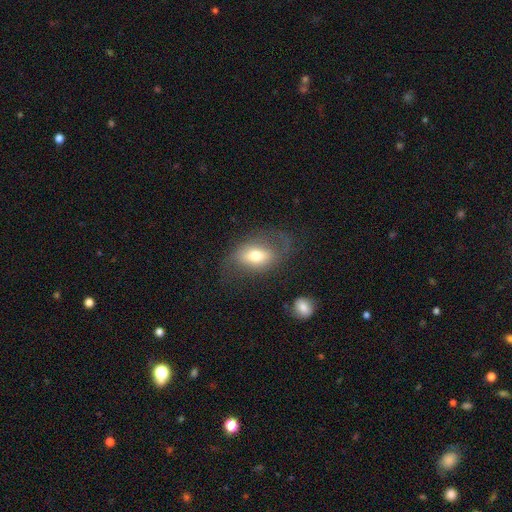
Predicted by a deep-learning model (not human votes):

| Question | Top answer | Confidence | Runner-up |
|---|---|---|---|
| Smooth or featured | smooth | 52% | featured or disk (40%) |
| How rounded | in between | 82% | round (15%) |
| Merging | none | 50% | major disturbance (25%) |